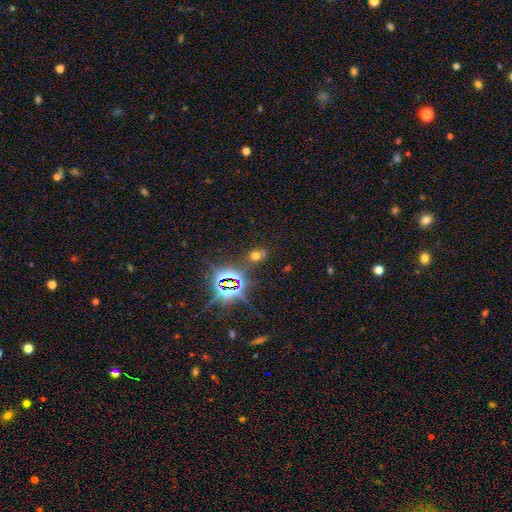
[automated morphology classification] smooth-or-featured: star or artifact: 48% | smooth: 42% | featured or disk: 10%